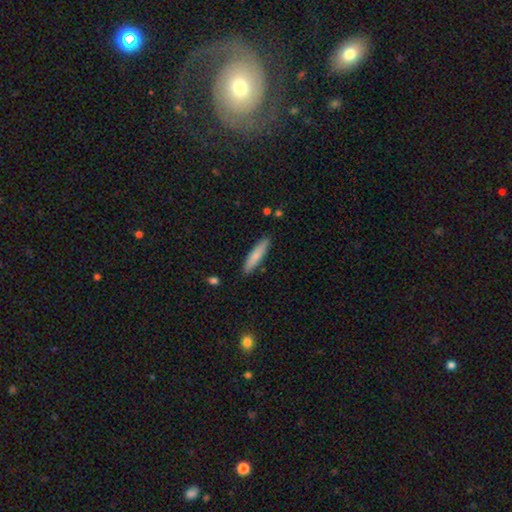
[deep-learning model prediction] smooth 78%, featured or disk 16%, star or artifact 6%. Down the decision tree: how rounded — cigar-shaped (83%); merging — none (89%).